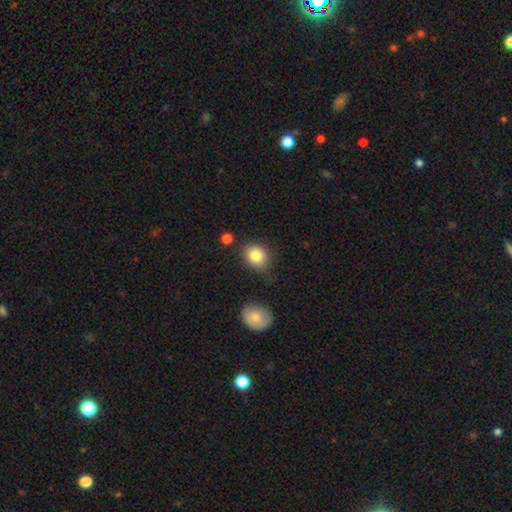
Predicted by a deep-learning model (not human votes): Smooth or featured? smooth (84%)
How rounded? round (65%)
Merging? none (70%)